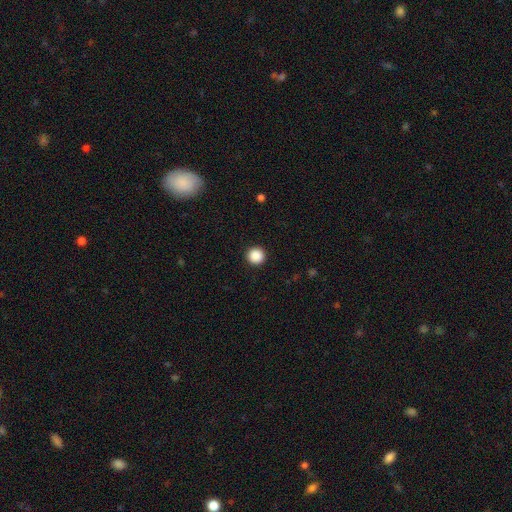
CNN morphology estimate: Overall: smooth (89%). How rounded: round (96%). Merging: none (93%).